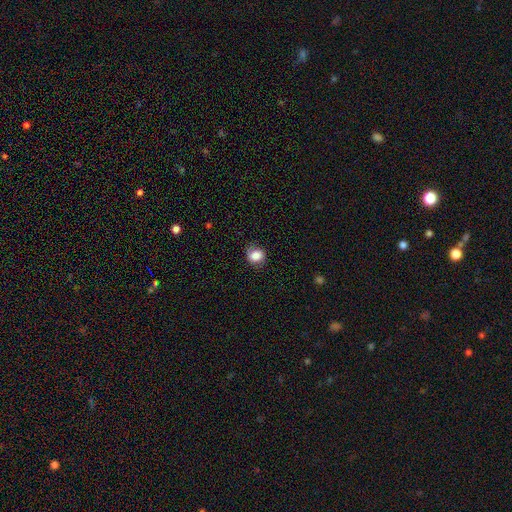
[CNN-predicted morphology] The model was most divided on "how rounded": round: 67%, in between: 32%, cigar-shaped: 1%. More confident: smooth or featured — smooth (79%); merging — none (74%).